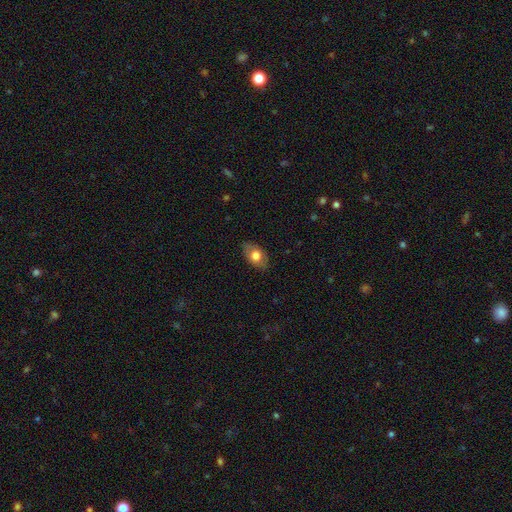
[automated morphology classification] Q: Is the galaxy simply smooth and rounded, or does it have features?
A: smooth — 71%.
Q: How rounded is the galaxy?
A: in between — 87%.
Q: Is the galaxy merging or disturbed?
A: none — 81%.